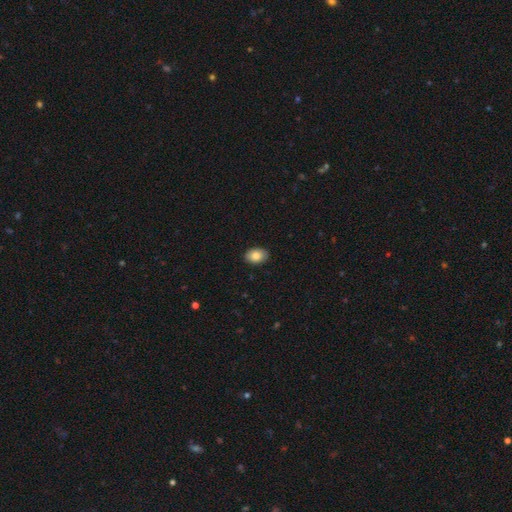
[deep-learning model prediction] This appears to be a smooth galaxy with no disk features (84%) that is in between round and cigar-shaped (83%). Merging: none (88%).